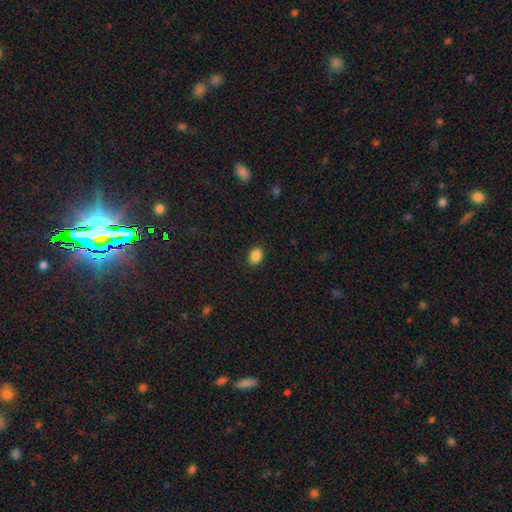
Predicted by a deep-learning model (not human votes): This appears to be a smooth galaxy with no disk features (87%) that is in between round and cigar-shaped (67%). Merging: none (89%).